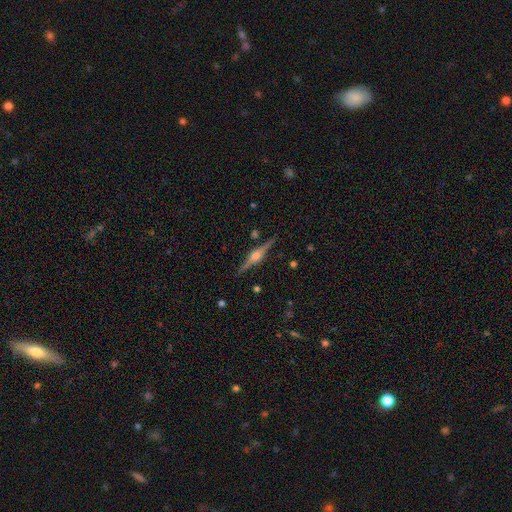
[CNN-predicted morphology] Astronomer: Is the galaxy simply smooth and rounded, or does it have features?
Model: featured or disk — 86%.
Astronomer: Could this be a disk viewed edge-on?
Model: yes — 98%.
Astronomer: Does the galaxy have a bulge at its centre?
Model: rounded — 91%.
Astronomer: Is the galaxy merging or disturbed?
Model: none — 91%.